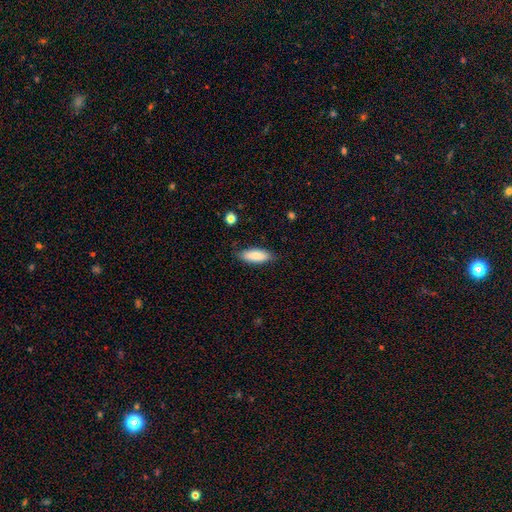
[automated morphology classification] Q: Smooth or featured?
A: smooth (86%); runner-up: featured or disk (8%)
Q: How rounded?
A: in between (70%); runner-up: cigar-shaped (28%)
Q: Merging?
A: none (83%); runner-up: minor disturbance (13%)